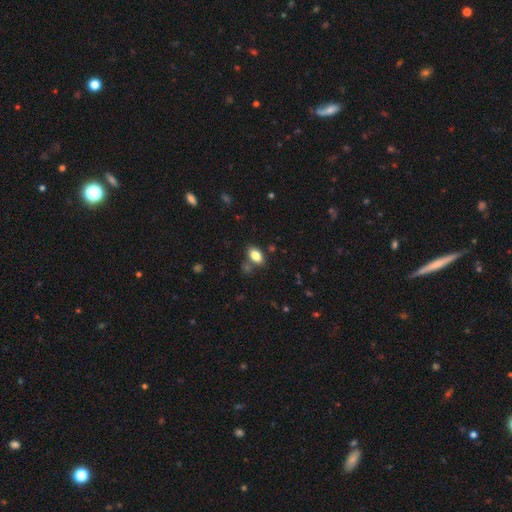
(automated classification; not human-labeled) Smooth or featured: smooth — 83% (star or artifact — 9%)
How rounded: in between — 90% (round — 8%)
Merging: none — 78% (minor disturbance — 12%)